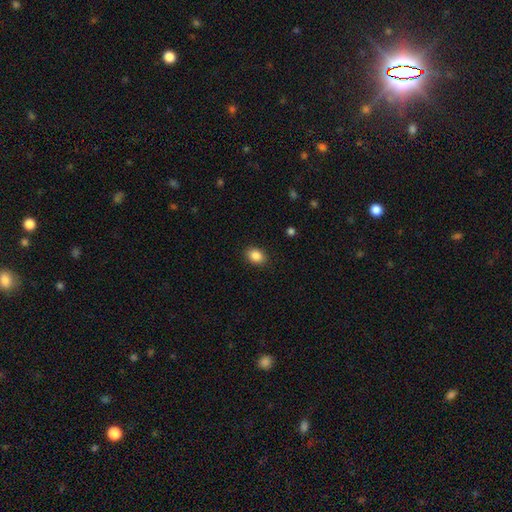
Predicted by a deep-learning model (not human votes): Smooth or featured?
  - smooth: 87% *
  - star or artifact: 9%
  - featured or disk: 4%
How rounded?
  - in between: 64% *
  - round: 35%
  - cigar-shaped: 1%
Merging?
  - none: 88% *
  - minor disturbance: 8%
  - major disturbance: 2%
  - merger: 1%